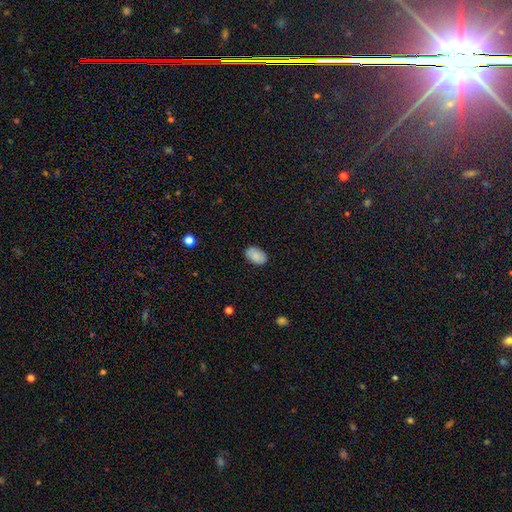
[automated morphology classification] Smooth or featured? smooth (88%)
How rounded? in between (90%)
Merging? none (86%)